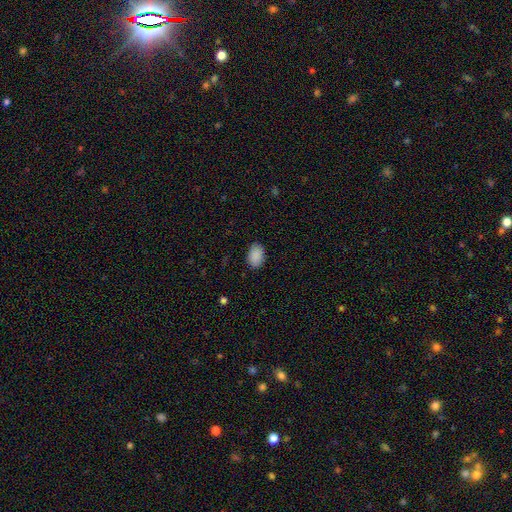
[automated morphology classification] This appears to be a smooth galaxy with no disk features (90%) that is in between round and cigar-shaped (89%). Merging: none (85%).